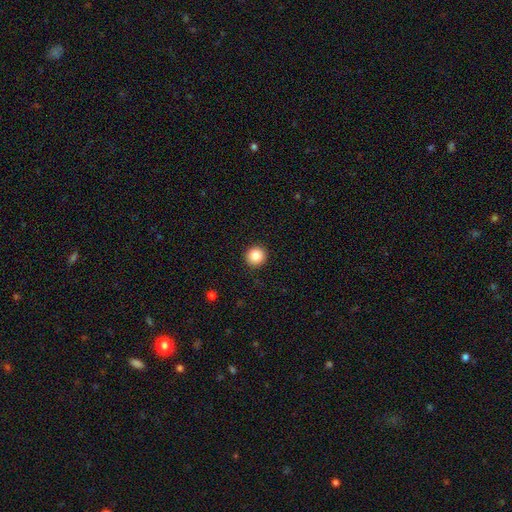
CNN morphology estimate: smooth_or_featured: smooth (p=0.87) [alt: star or artifact p=0.09]
how_rounded: round (p=0.95) [alt: in between p=0.04]
merging: none (p=0.93) [alt: minor disturbance p=0.05]